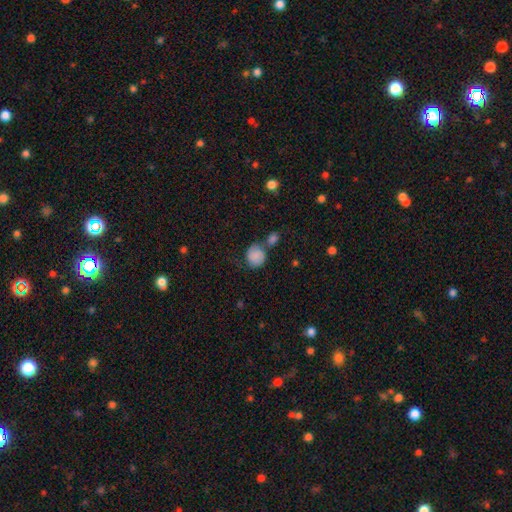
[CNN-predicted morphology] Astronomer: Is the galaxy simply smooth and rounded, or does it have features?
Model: smooth — 82%.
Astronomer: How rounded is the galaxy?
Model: round — 79%.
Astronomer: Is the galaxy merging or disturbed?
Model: none — 47% (runner-up: merger, 28%).